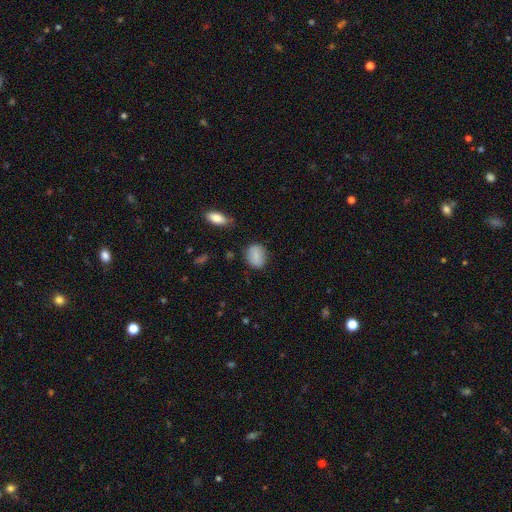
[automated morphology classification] Smooth or featured? smooth (82%)
How rounded? in between (61%)
Merging? none (77%)